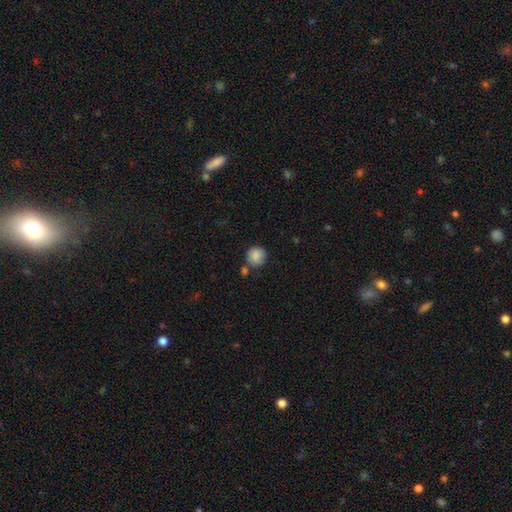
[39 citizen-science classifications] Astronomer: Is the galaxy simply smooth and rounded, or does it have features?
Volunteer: smooth — 87%.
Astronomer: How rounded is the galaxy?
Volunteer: round — 97%.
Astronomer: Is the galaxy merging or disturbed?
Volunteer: none — 80%.